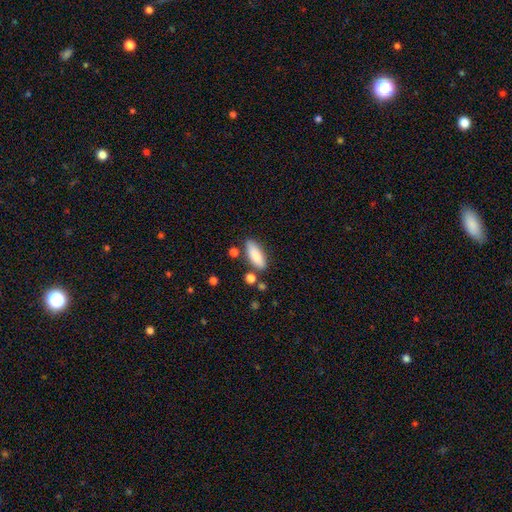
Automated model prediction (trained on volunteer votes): The model was most divided on "how rounded": in between: 70%, cigar-shaped: 28%, round: 2%. More confident: smooth or featured — smooth (85%); merging — none (75%).